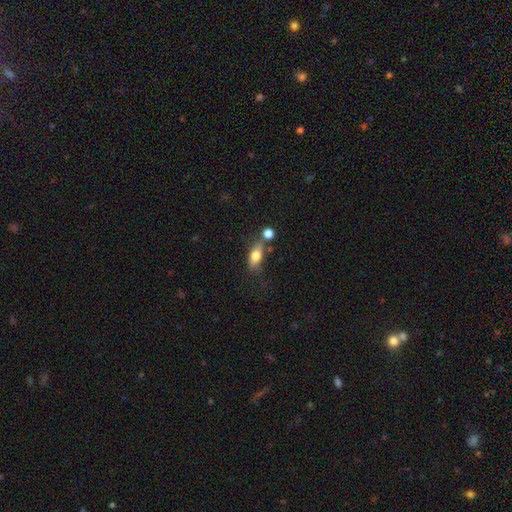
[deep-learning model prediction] The model was most divided on "merging": none: 51%, merger: 20%, minor disturbance: 20%, major disturbance: 9%. More confident: how rounded — in between (76%); smooth or featured — smooth (72%).